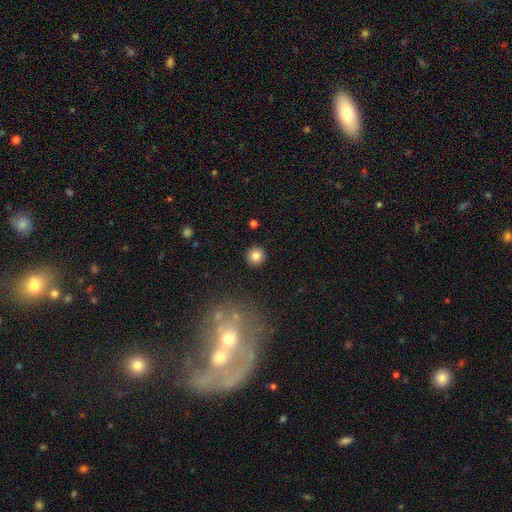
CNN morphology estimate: smooth 83%, star or artifact 11%, featured or disk 6%. Down the decision tree: how rounded — round (95%); merging — none (92%).